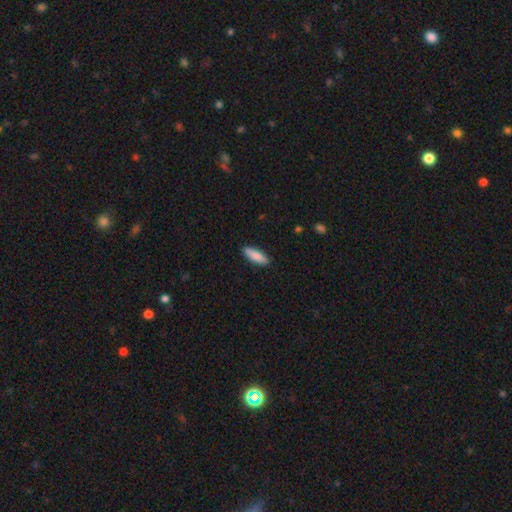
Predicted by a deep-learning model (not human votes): Morphology: type=smooth (85%); roundness=cigar-shaped (53%); merging=none (89%).